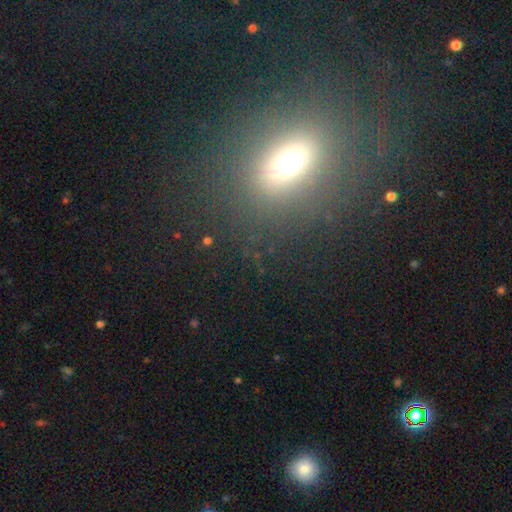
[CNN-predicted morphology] A smooth galaxy with no disk features (51%) that is in between round and cigar-shaped (63%).

Vote fractions:
- Smooth or featured? smooth: 51% / star or artifact: 28% / featured or disk: 21%
- How rounded? in between: 63% / round: 29% / cigar-shaped: 8%
- Merging? none: 83% / minor disturbance: 9% / major disturbance: 6% / merger: 2%